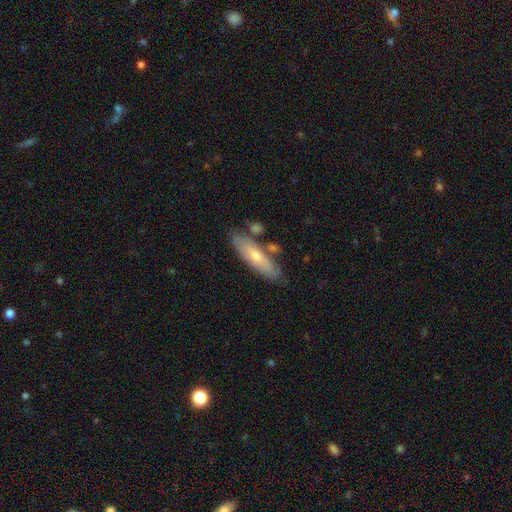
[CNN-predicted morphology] Smooth or featured?
  - smooth: 55% *
  - featured or disk: 39%
  - star or artifact: 6%
How rounded?
  - cigar-shaped: 60% *
  - in between: 38%
  - round: 2%
Merging?
  - none: 72% *
  - minor disturbance: 16%
  - merger: 9%
  - major disturbance: 3%